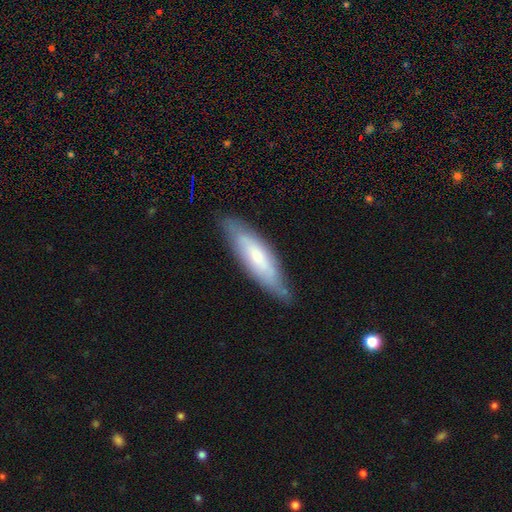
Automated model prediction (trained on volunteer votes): A smooth galaxy with no disk features (50%) that is cigar-shaped (61%). Merging: none (79%).